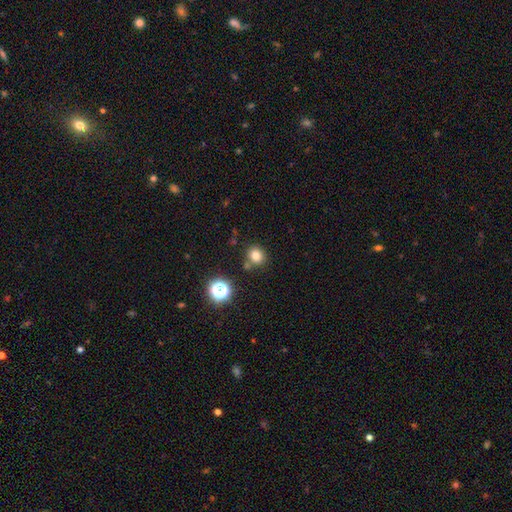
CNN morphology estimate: Q: Smooth or featured?
A: smooth (79%); runner-up: star or artifact (15%)
Q: How rounded?
A: round (78%); runner-up: in between (21%)
Q: Merging?
A: none (76%); runner-up: merger (11%)